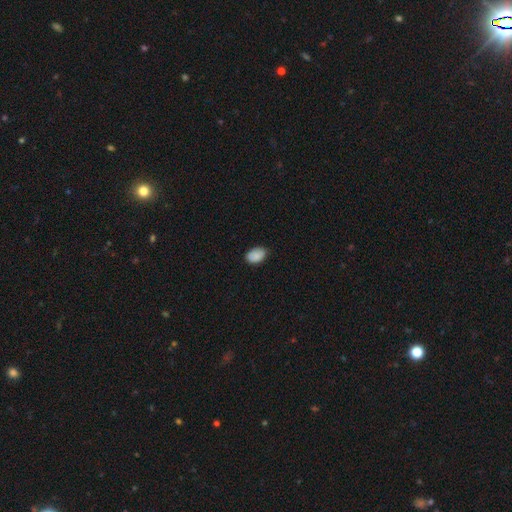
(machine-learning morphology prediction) Smooth or featured? Predicted: smooth (p=0.87). How rounded? Predicted: in between (p=0.88). Merging? Predicted: none (p=0.80).